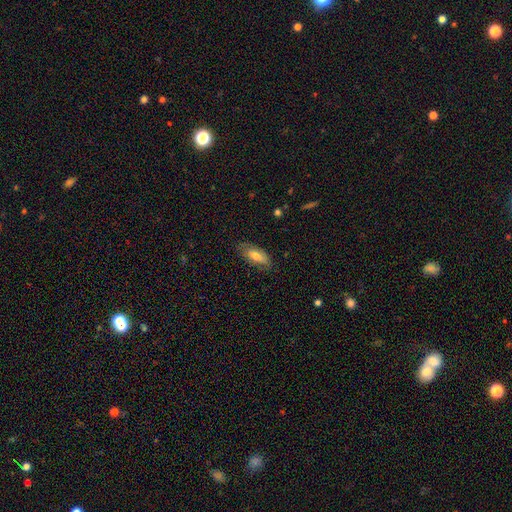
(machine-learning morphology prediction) This appears to be a smooth galaxy with no disk features (68%) that is in between round and cigar-shaped (84%). Merging: none (77%).